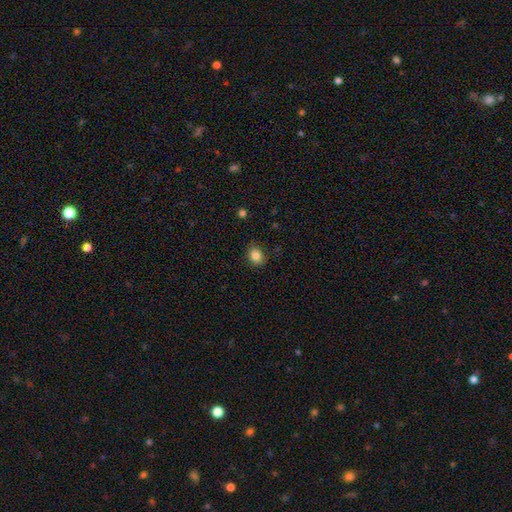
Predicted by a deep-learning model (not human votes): Smooth or featured? Predicted: smooth (p=0.84). How rounded? Predicted: round (p=0.61). Merging? Predicted: none (p=0.84).